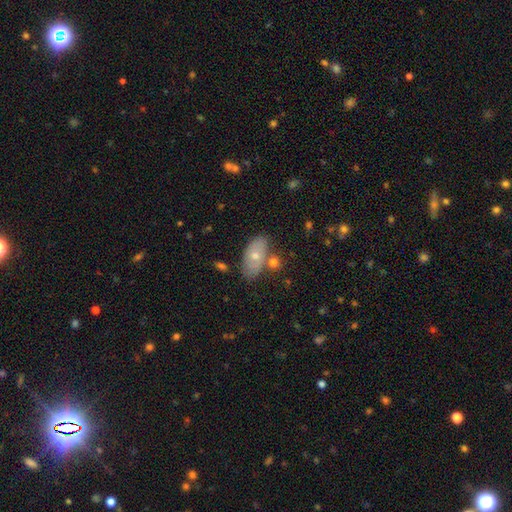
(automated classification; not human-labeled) Smooth or featured?
  - smooth: 63% *
  - featured or disk: 30%
  - star or artifact: 7%
How rounded?
  - in between: 90% *
  - round: 6%
  - cigar-shaped: 4%
Merging?
  - none: 64% *
  - minor disturbance: 17%
  - merger: 14%
  - major disturbance: 4%